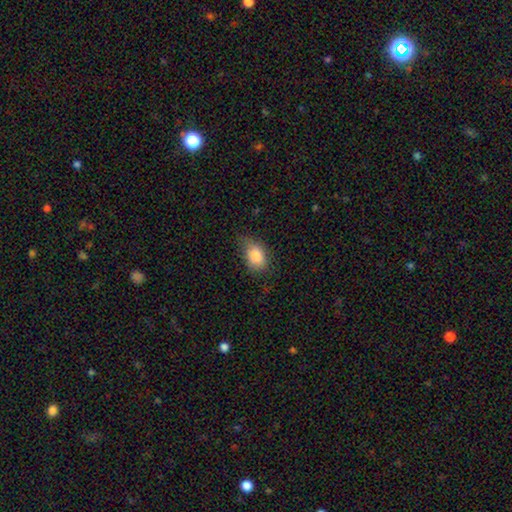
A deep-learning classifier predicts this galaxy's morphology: This is clearly a smooth galaxy (84%). How rounded: likely in between (79%). Merging: possibly none (59%).